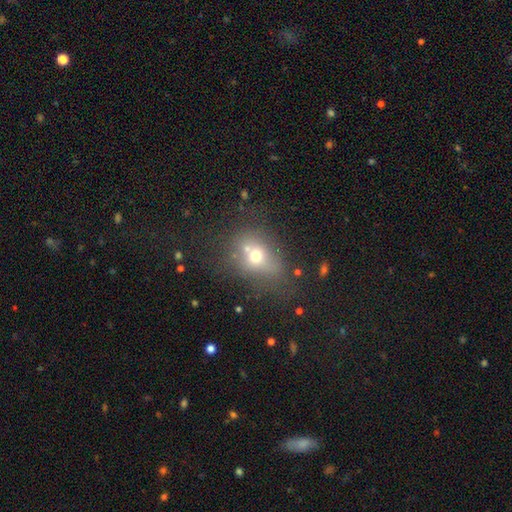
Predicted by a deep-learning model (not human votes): Smooth or featured? smooth (61%)
How rounded? round (57%)
Merging? none (51%)